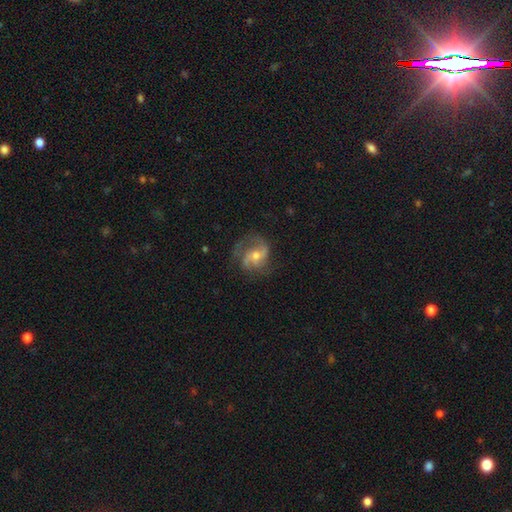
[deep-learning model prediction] featured or disk 79%, smooth 14%, star or artifact 7%. Down the decision tree: edge-on disk — no (98%); bar — no (52%); spiral arms — yes (93%); spiral arm count — 2 (59%); spiral winding — medium (49%); bulge size — moderate (56%); merging — none (63%).